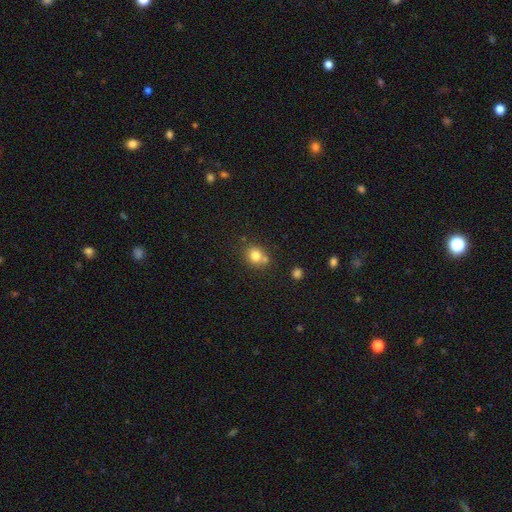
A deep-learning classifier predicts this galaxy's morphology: smooth-or-featured: smooth: 78% | star or artifact: 12% | featured or disk: 10%
  how-rounded: round: 75% | in between: 24% | cigar-shaped: 1%
  merging: none: 58% | merger: 27% | minor disturbance: 12% | major disturbance: 3%